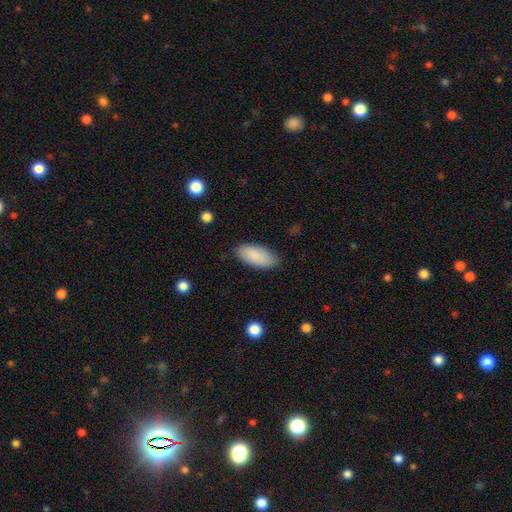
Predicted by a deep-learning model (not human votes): This appears to be a smooth galaxy with no disk features (89%) that is in between round and cigar-shaped (89%). Merging: none (85%).